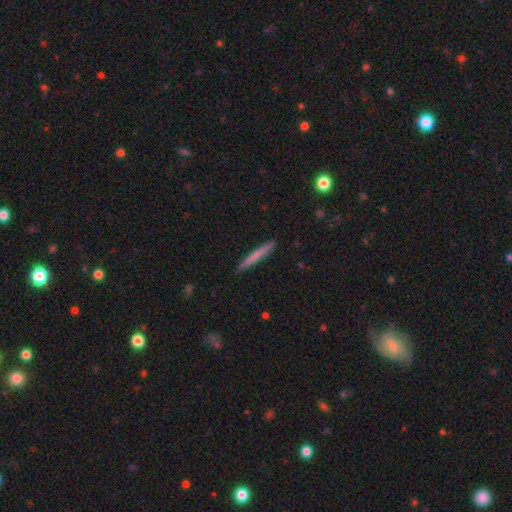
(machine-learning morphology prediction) Overall: smooth (66%; featured or disk 28%). How rounded: cigar-shaped (96%). Merging: none (90%).